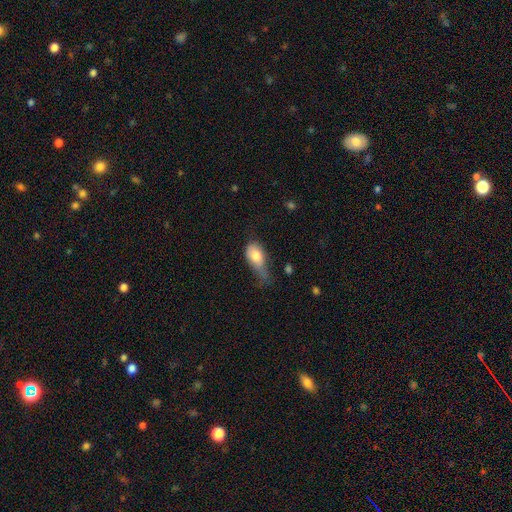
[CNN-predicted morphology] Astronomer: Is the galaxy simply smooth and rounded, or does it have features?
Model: smooth — 76%.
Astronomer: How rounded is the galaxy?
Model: in between — 85%.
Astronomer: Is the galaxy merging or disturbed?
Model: minor disturbance — 40% (runner-up: major disturbance, 36%).